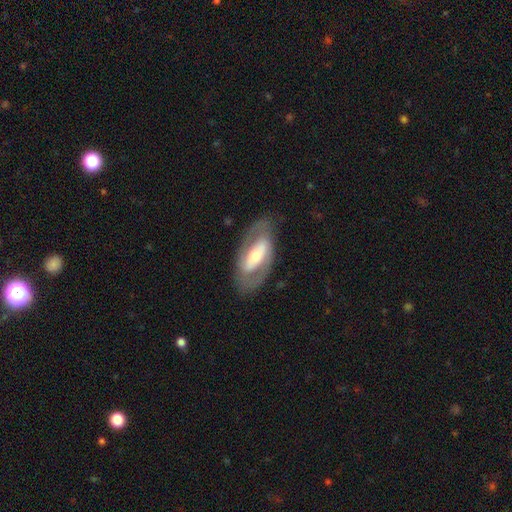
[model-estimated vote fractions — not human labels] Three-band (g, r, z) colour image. It shows a featured or disk galaxy (73%) with a strong bar (50%), spiral arms (63%) and a moderate central bulge (50%). Merging: none (78%).